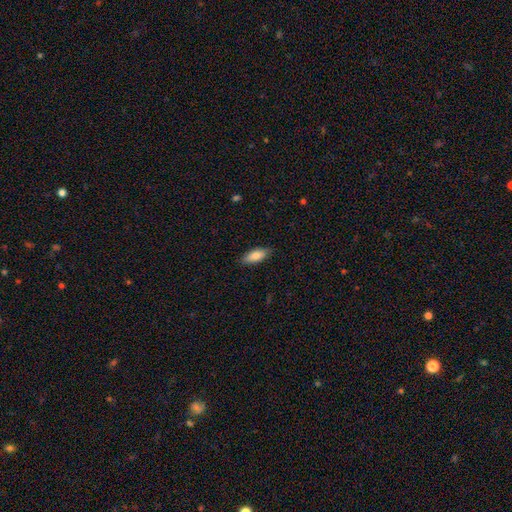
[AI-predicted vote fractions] The model was most divided on "how rounded": in between: 71%, cigar-shaped: 27%, round: 2%. More confident: merging — none (85%); smooth or featured — smooth (81%).